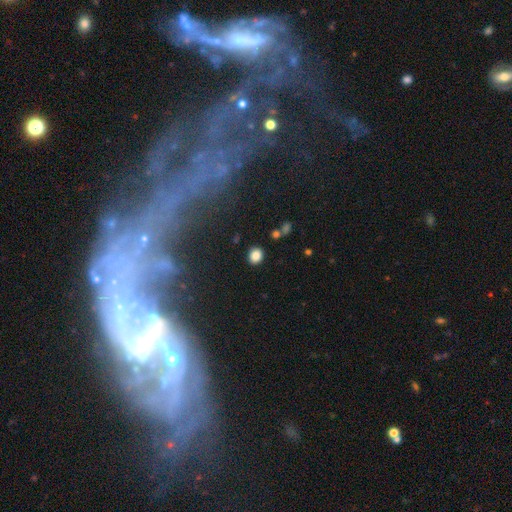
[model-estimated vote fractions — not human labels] smooth-or-featured: smooth: 84% | star or artifact: 11% | featured or disk: 5%
  how-rounded: round: 70% | in between: 29% | cigar-shaped: 1%
  merging: none: 87% | minor disturbance: 7% | merger: 3% | major disturbance: 2%